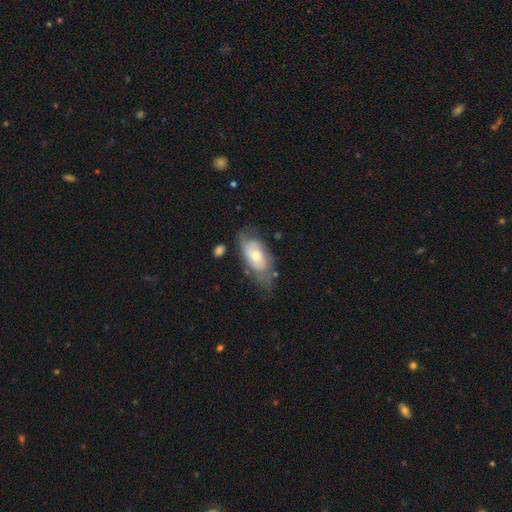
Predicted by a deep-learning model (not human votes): A featured or disk galaxy (48%).

Vote fractions:
- Smooth or featured? featured or disk: 48% / smooth: 45% / star or artifact: 6%
- Merging? none: 47% / minor disturbance: 31% / major disturbance: 18% / merger: 4%